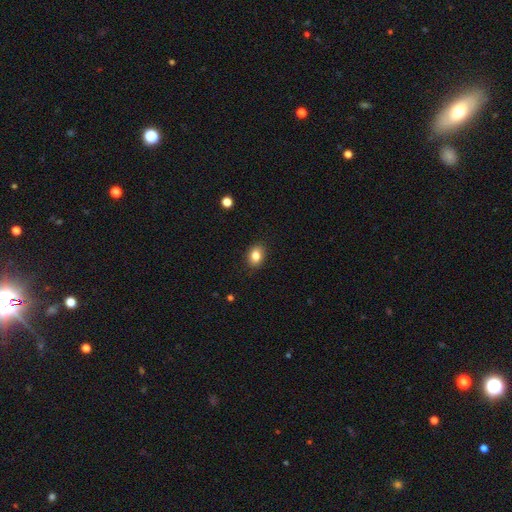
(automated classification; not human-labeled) smooth_or_featured: smooth (p=0.83) [alt: star or artifact p=0.09]
how_rounded: in between (p=0.70) [alt: round p=0.28]
merging: none (p=0.87) [alt: minor disturbance p=0.10]